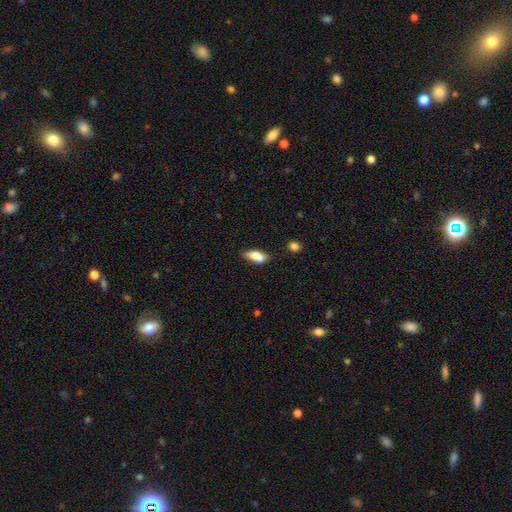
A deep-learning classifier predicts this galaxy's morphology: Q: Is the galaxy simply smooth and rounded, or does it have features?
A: smooth — 74%.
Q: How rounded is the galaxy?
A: in between — 78%.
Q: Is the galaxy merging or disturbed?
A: none — 50%.